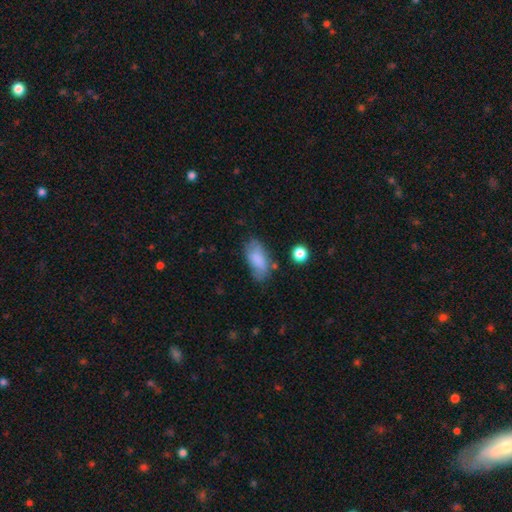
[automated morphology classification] Smooth or featured?
  - smooth: 75% *
  - featured or disk: 17%
  - star or artifact: 8%
How rounded?
  - in between: 89% *
  - cigar-shaped: 8%
  - round: 3%
Merging?
  - none: 66% *
  - minor disturbance: 23%
  - major disturbance: 7%
  - merger: 4%